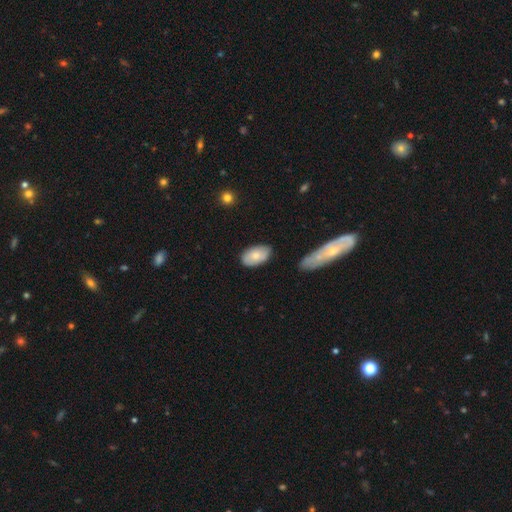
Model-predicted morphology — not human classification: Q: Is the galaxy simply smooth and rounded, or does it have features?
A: smooth — 75%.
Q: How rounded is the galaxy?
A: in between — 94%.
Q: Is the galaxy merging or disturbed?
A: none — 79%.